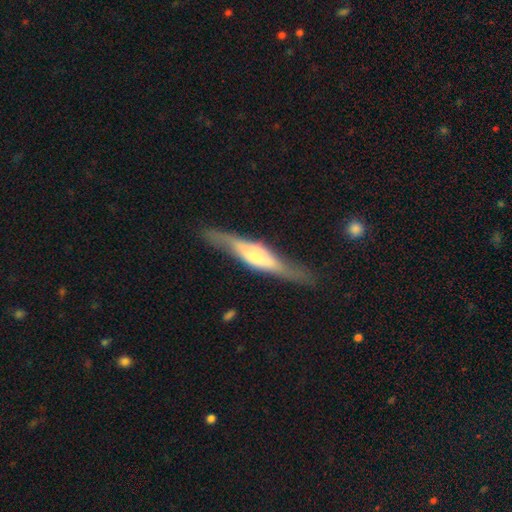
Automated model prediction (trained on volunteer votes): Smooth or featured: featured or disk — 67% (smooth — 28%)
Edge-on disk: yes — 89% (no — 11%)
Edge-on bulge: rounded — 54% (boxy — 36%)
Merging: none — 80% (minor disturbance — 13%)